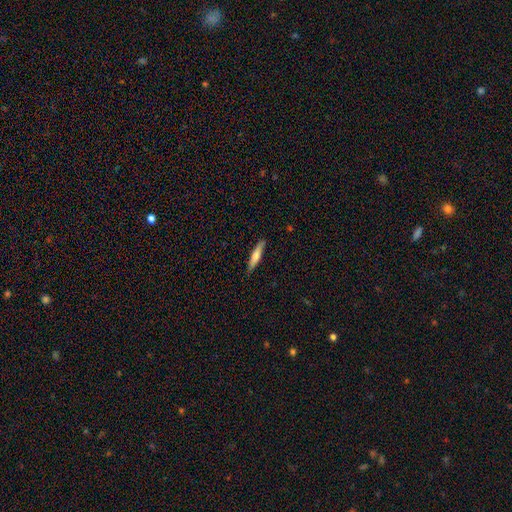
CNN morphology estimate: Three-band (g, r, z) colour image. It shows a smooth galaxy with no disk features (60%) that is cigar-shaped (87%). Merging: none (88%).